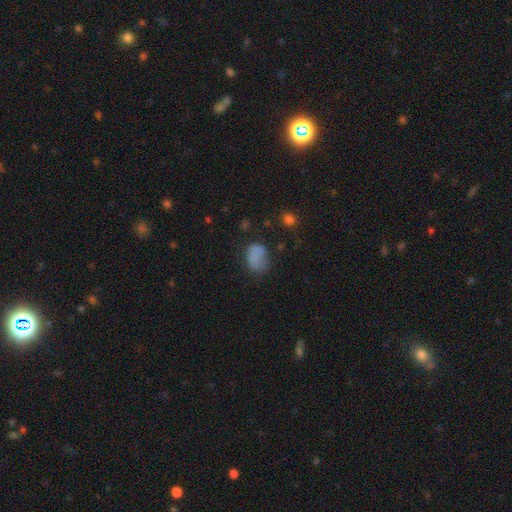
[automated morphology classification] smooth-or-featured: smooth: 75% | star or artifact: 14% | featured or disk: 12%
  how-rounded: in between: 73% | round: 25% | cigar-shaped: 1%
  merging: none: 48% | minor disturbance: 30% | major disturbance: 19% | merger: 3%